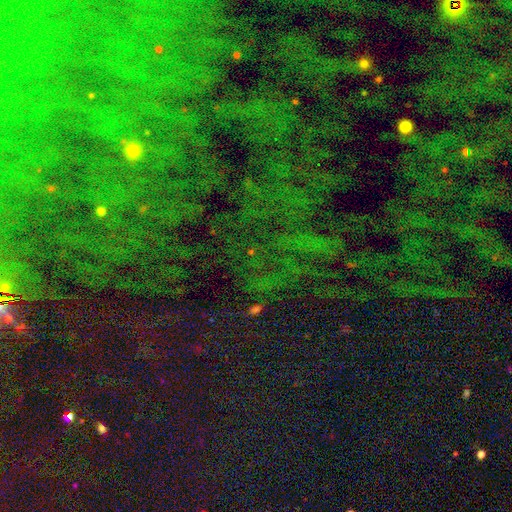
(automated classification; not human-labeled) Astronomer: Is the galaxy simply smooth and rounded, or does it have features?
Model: star or artifact — 84%.